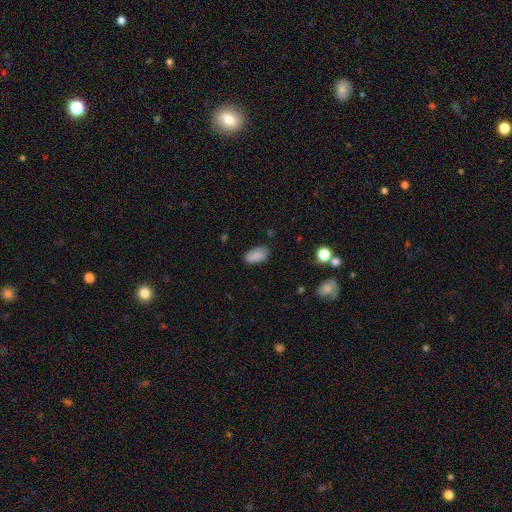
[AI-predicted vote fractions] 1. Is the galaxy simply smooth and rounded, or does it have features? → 84% smooth, 9% star or artifact, 7% featured or disk.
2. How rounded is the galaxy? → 93% in between, 4% round, 3% cigar-shaped.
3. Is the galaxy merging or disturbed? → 72% none, 22% minor disturbance, 4% major disturbance, 2% merger.